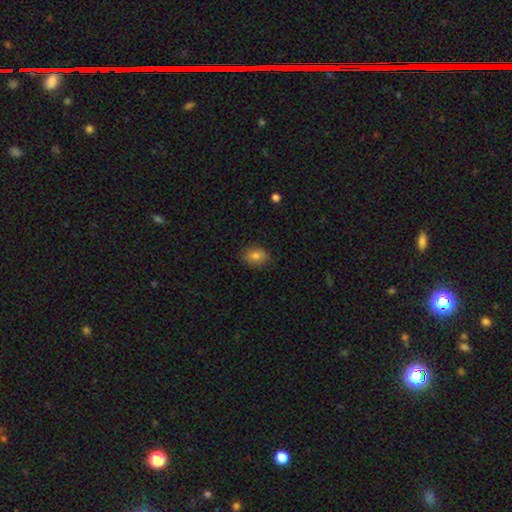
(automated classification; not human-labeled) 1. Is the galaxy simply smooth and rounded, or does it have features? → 82% smooth, 9% star or artifact, 9% featured or disk.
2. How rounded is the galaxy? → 61% in between, 38% round, 1% cigar-shaped.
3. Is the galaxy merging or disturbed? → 83% none, 13% minor disturbance, 3% major disturbance, 1% merger.